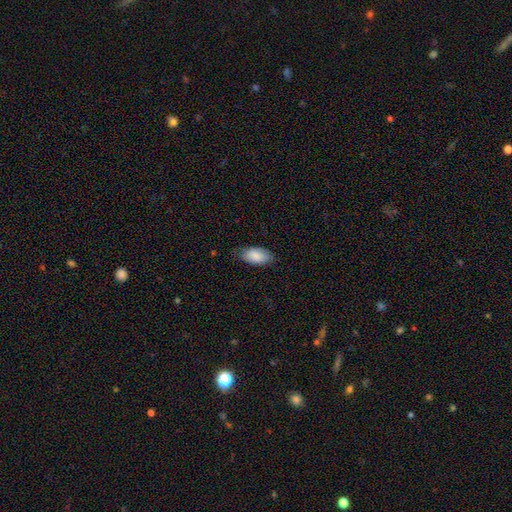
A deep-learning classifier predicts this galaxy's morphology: type=smooth (86%); roundness=in between (94%); merging=none (77%).